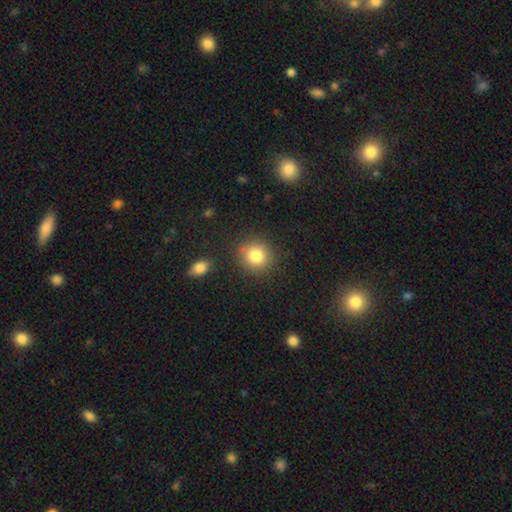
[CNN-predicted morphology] Overall: smooth (82%). How rounded: round (86%). Merging: none (84%).